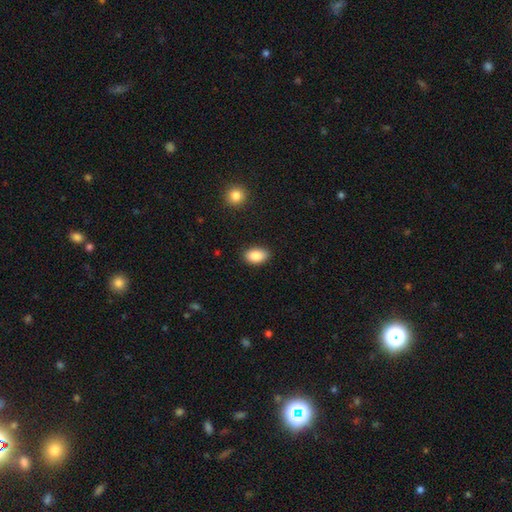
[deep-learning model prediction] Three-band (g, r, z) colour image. It shows a smooth galaxy with no disk features (88%) that is in between round and cigar-shaped (90%). Merging: none (87%).